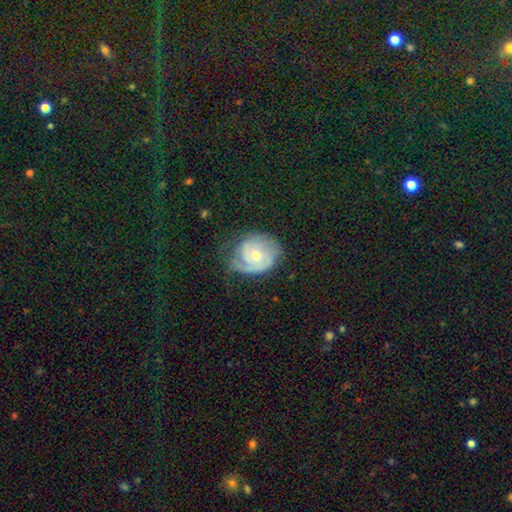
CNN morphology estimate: smooth_or_featured: featured or disk (p=0.74) [alt: smooth p=0.19]
disk_edge_on: no (p=0.97) [alt: yes p=0.03]
bar: no (p=0.75) [alt: weak p=0.21]
has_spiral_arms: yes (p=0.90) [alt: no p=0.10]
spiral_winding: tight (p=0.60) [alt: medium p=0.29]
spiral_arm_count: 2 (p=0.39) [alt: can't tell p=0.26]
bulge_size: moderate (p=0.55) [alt: small p=0.41]
merging: none (p=0.57) [alt: minor disturbance p=0.28]